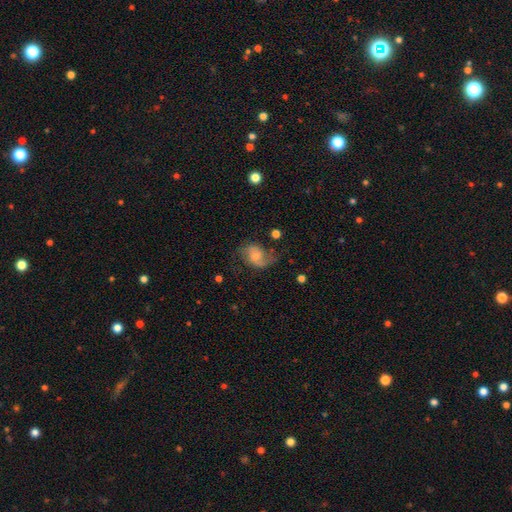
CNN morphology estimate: This is likely a featured or disk galaxy (62%). It is clearly not viewed edge-on (97%). Bar: likely no (61%). Spiral arm pattern: clearly yes (90%). Spiral arm count: clearly 2 (82%). Spiral winding: possibly loose (53%). Central bulge: possibly small (45%). Merging: possibly none (58%).